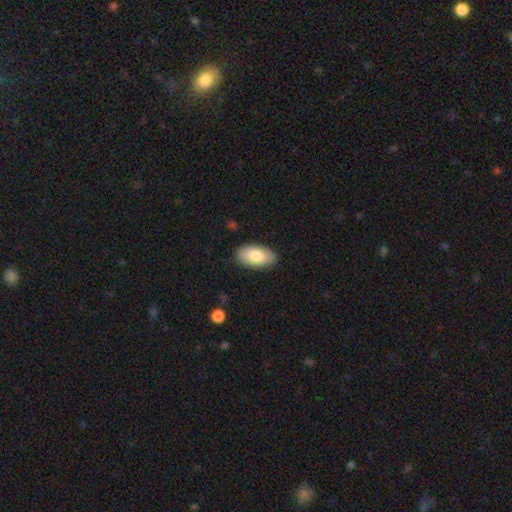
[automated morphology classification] Smooth or featured? smooth (82%)
How rounded? in between (95%)
Merging? none (87%)